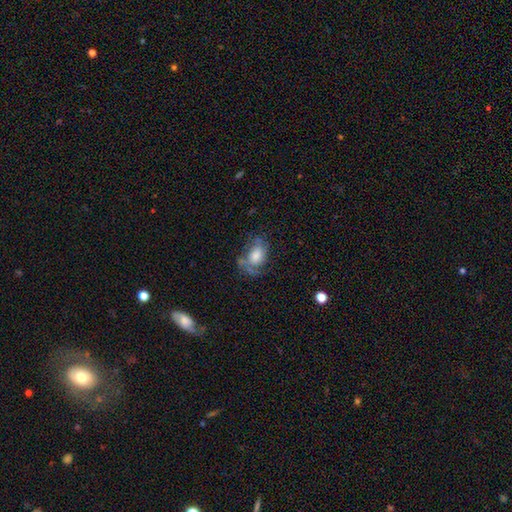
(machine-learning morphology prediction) A featured or disk galaxy (47%).

Vote fractions:
- Smooth or featured? featured or disk: 47% / smooth: 42% / star or artifact: 11%
- Merging? none: 47% / minor disturbance: 26% / major disturbance: 22% / merger: 5%